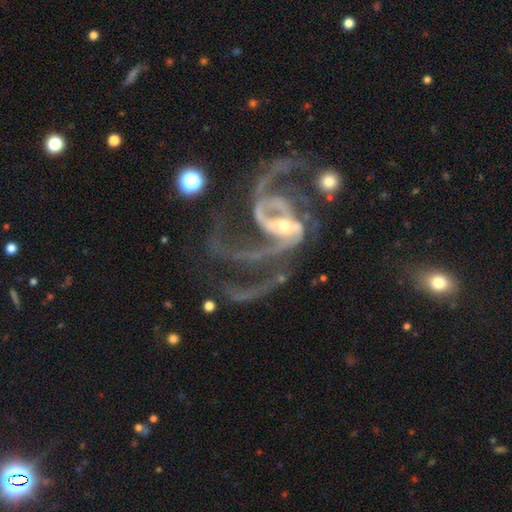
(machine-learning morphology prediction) smooth-or-featured: featured or disk: 91% | star or artifact: 6% | smooth: 2%
  disk-edge-on: no: 98% | yes: 2%
    bar: strong: 41% | weak: 39% | no: 20%
    has-spiral-arms: yes: 98% | no: 2%
      spiral-winding: medium: 53% | loose: 32% | tight: 15%
      spiral-arm-count: 2: 51% | 3: 20% | can't tell: 9% | 4: 7% | 1: 6% | more than 4: 6%
    bulge-size: small: 65% | moderate: 28% | none: 4% | large: 2% | dominant: 1%
  merging: none: 40% | major disturbance: 36% | minor disturbance: 16% | merger: 9%